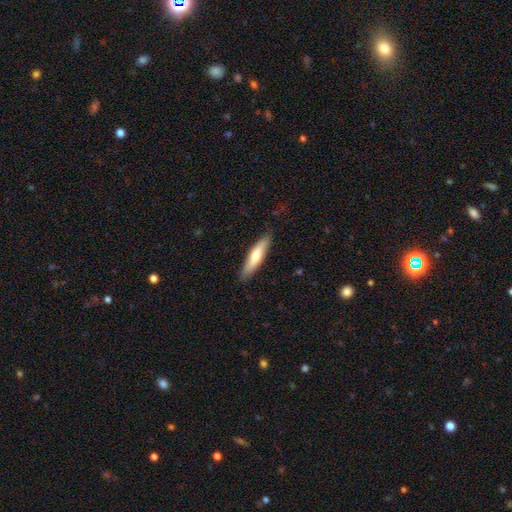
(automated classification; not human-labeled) Morphology: type=smooth (64%); roundness=cigar-shaped (79%); merging=none (86%).